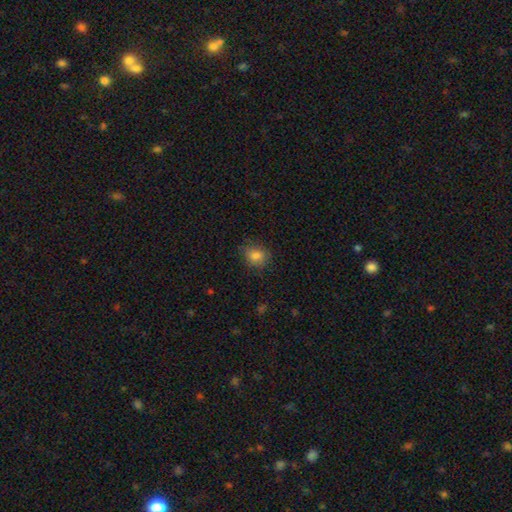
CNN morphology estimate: smooth 84%, star or artifact 10%, featured or disk 6%. Down the decision tree: how rounded — round (69%); merging — none (81%).